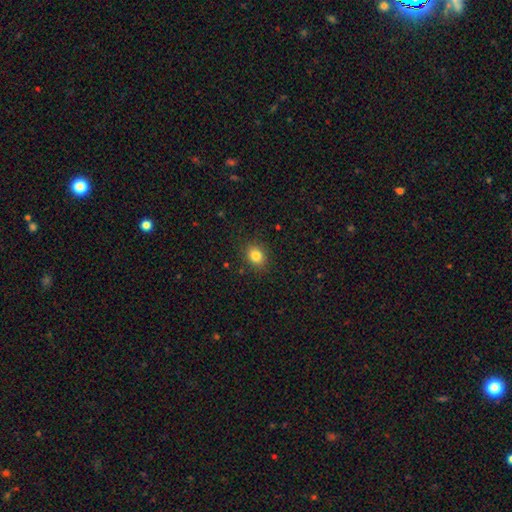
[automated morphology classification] The model was most divided on "how rounded": round: 55%, in between: 45%, cigar-shaped: 1%. More confident: merging — none (88%); smooth or featured — smooth (83%).